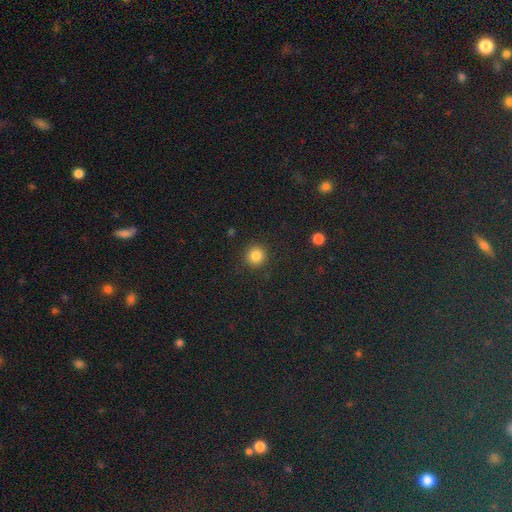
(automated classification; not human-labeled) Smooth or featured: smooth — 84% (star or artifact — 12%)
How rounded: round — 94% (in between — 5%)
Merging: none — 91% (minor disturbance — 6%)